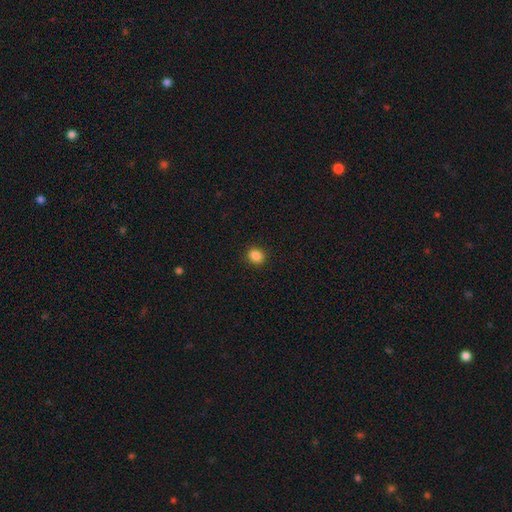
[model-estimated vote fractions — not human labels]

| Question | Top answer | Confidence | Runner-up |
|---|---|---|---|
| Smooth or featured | smooth | 86% | star or artifact (11%) |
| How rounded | round | 76% | in between (23%) |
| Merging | none | 91% | minor disturbance (6%) |